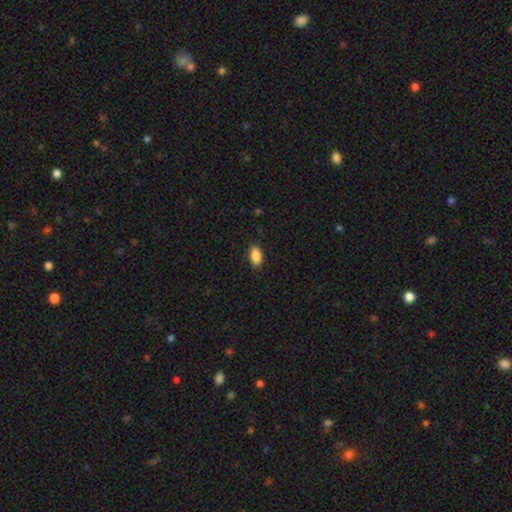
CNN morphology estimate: smooth_or_featured: smooth (p=0.89) [alt: star or artifact p=0.07]
how_rounded: in between (p=0.92) [alt: round p=0.05]
merging: none (p=0.87) [alt: minor disturbance p=0.10]